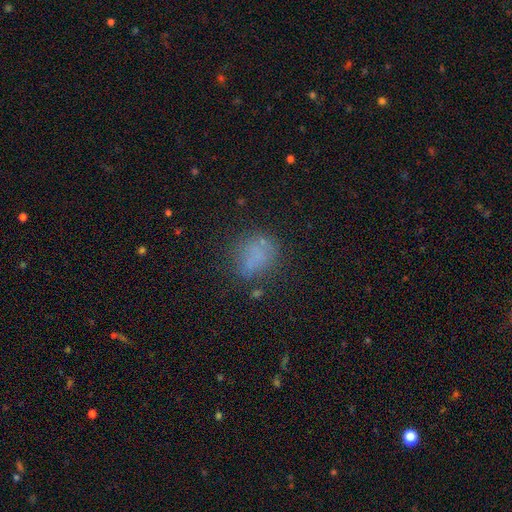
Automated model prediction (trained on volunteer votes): Morphology: type=smooth (63%); roundness=round (58%); merging=none (64%).